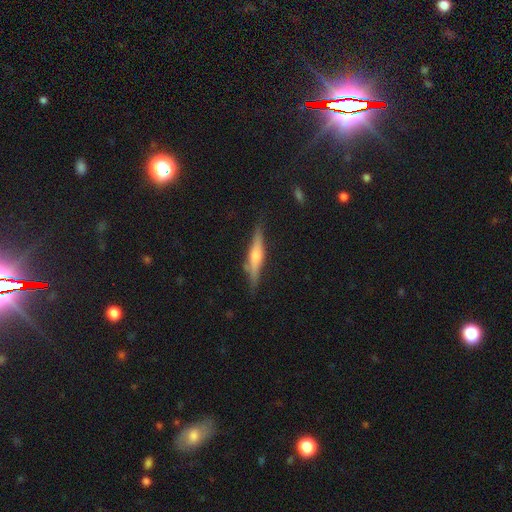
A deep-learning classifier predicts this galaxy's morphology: smooth-or-featured: featured or disk: 62% | smooth: 30% | star or artifact: 7%
  disk-edge-on: yes: 96% | no: 4%
    edge-on-bulge: rounded: 78% | boxy: 13% | none: 8%
  merging: none: 82% | minor disturbance: 13% | major disturbance: 3% | merger: 2%